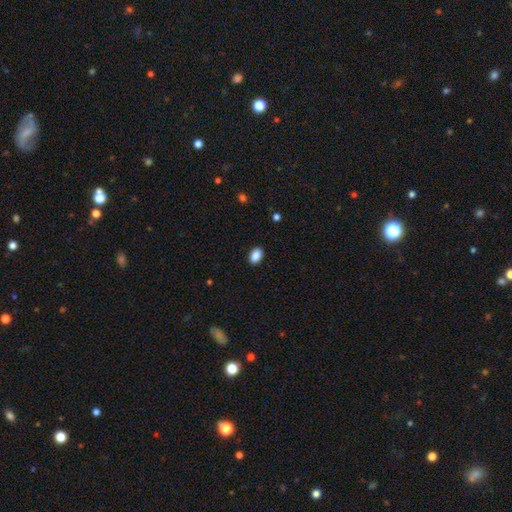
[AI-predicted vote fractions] Smooth or featured?
  - smooth: 89% *
  - star or artifact: 8%
  - featured or disk: 3%
How rounded?
  - in between: 85% *
  - round: 13%
  - cigar-shaped: 1%
Merging?
  - none: 90% *
  - minor disturbance: 8%
  - major disturbance: 2%
  - merger: 1%